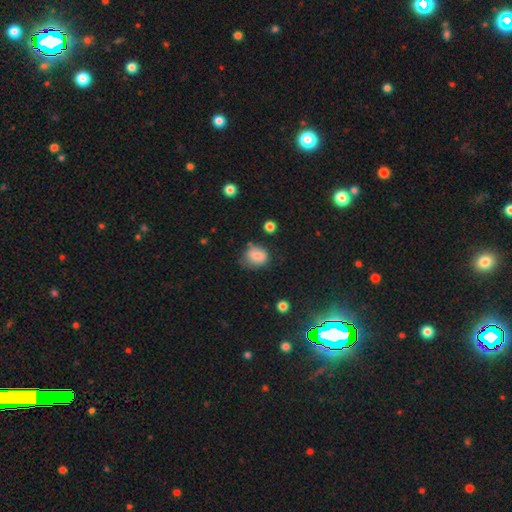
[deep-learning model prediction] smooth_or_featured: smooth (p=0.76) [alt: featured or disk p=0.14]
how_rounded: round (p=0.61) [alt: in between p=0.38]
merging: none (p=0.55) [alt: minor disturbance p=0.31]